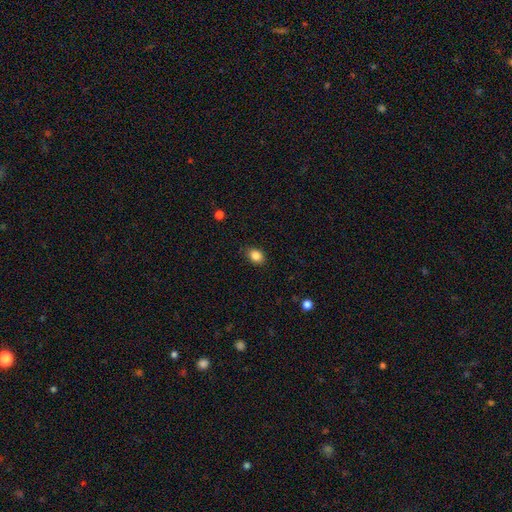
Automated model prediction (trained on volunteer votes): Smooth or featured?
  - smooth: 85% *
  - star or artifact: 9%
  - featured or disk: 5%
How rounded?
  - in between: 67% *
  - round: 32%
  - cigar-shaped: 1%
Merging?
  - none: 86% *
  - minor disturbance: 10%
  - major disturbance: 2%
  - merger: 1%